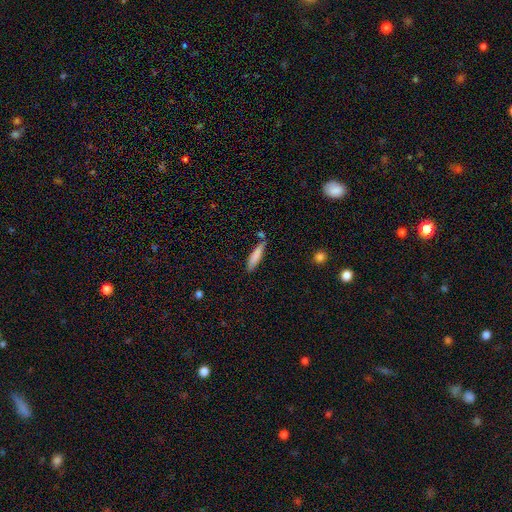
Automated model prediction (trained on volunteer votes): Smooth or featured: smooth — 80% (featured or disk — 14%)
How rounded: cigar-shaped — 81% (in between — 18%)
Merging: none — 70% (minor disturbance — 17%)